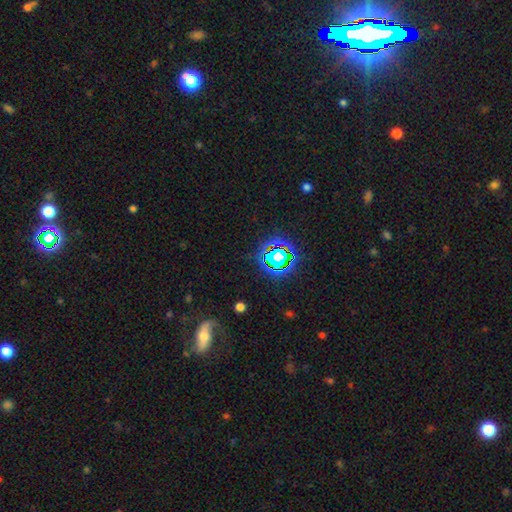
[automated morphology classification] smooth-or-featured: star or artifact: 66% | smooth: 17% | featured or disk: 17%